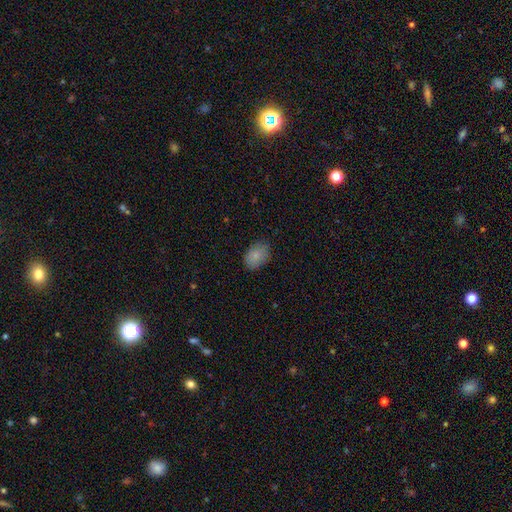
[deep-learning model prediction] This appears to be a smooth galaxy with no disk features (85%) that is in between round and cigar-shaped (81%). Merging: none (80%).